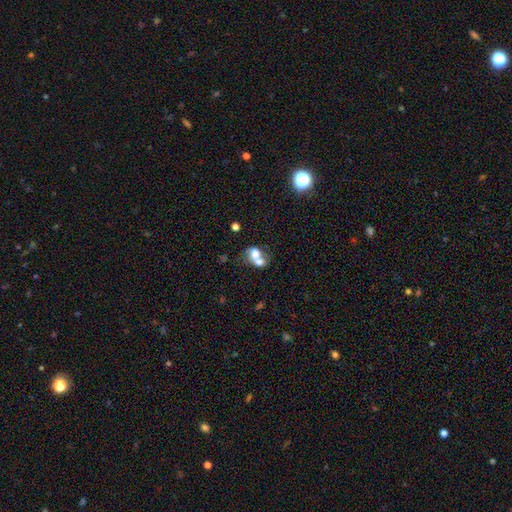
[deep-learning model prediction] Morphology: type=smooth (63%); roundness=in between (52%); merging=merger (69%).